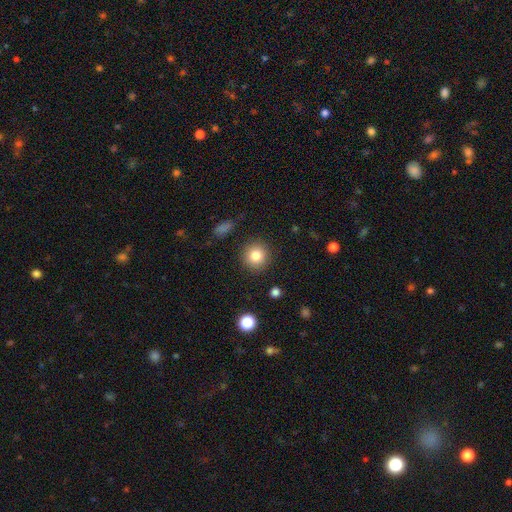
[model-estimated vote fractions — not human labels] Smooth or featured: smooth — 83% (star or artifact — 10%)
How rounded: round — 93% (in between — 6%)
Merging: none — 90% (minor disturbance — 7%)